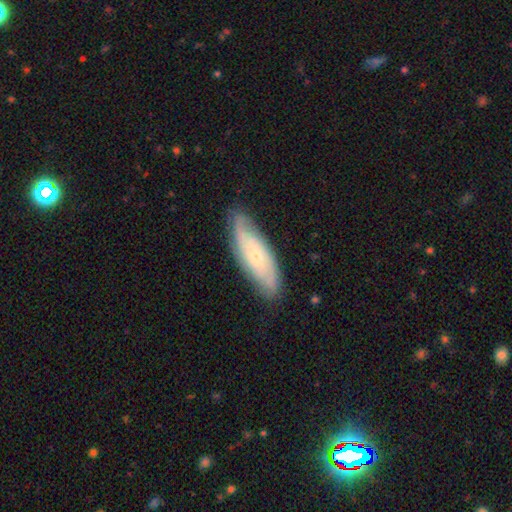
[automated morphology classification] The model was most divided on "spiral arm count": 2: 46%, can't tell: 34%, 3: 10%, 4: 4%, 1: 4%, more than 4: 3%. More confident: spiral arms — yes (89%); edge-on disk — no (83%); merging — none (78%); bar — no (75%); bulge size — small (74%); smooth or featured — featured or disk (68%); spiral winding — tight (50%).